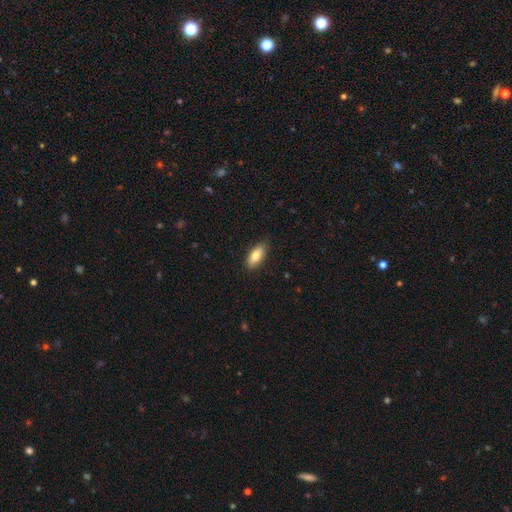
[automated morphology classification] smooth_or_featured: smooth (p=0.79) [alt: featured or disk p=0.14]
how_rounded: in between (p=0.82) [alt: cigar-shaped p=0.16]
merging: none (p=0.86) [alt: minor disturbance p=0.11]